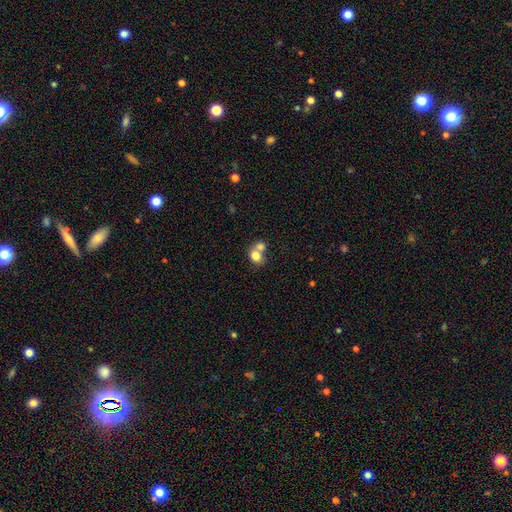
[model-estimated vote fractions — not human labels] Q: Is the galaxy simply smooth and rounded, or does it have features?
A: smooth — 76%.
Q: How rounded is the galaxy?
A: round — 51%.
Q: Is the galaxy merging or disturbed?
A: merger — 59%.